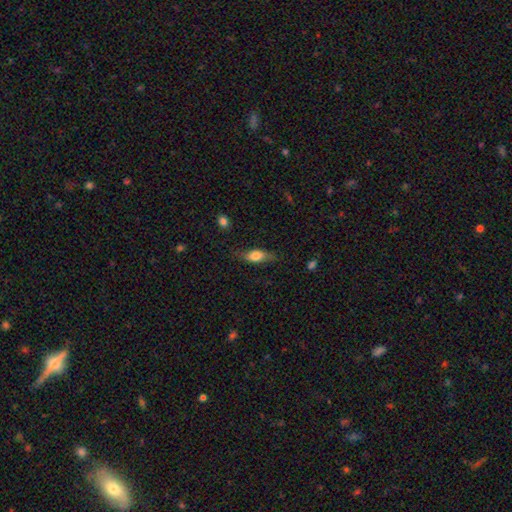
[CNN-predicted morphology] Q: Smooth or featured?
A: smooth (68%); runner-up: featured or disk (25%)
Q: How rounded?
A: in between (74%); runner-up: cigar-shaped (21%)
Q: Merging?
A: none (68%); runner-up: minor disturbance (23%)